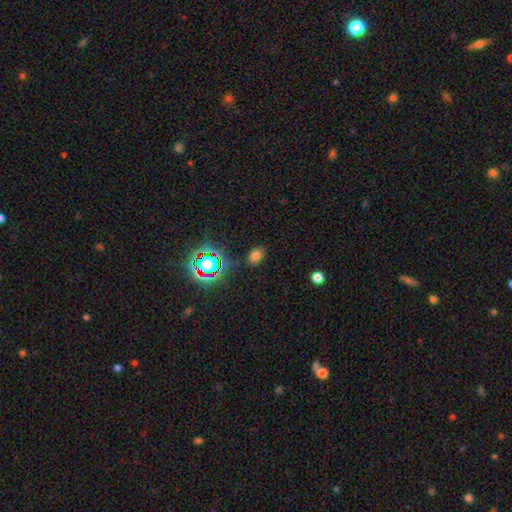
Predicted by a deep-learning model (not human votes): smooth 68%, star or artifact 24%, featured or disk 8%. Down the decision tree: how rounded — in between (74%); merging — none (83%).